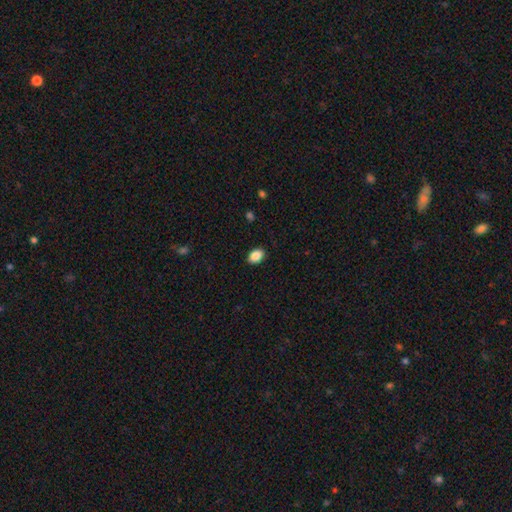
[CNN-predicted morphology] Overall: smooth (89%). How rounded: in between (83%). Merging: none (89%).